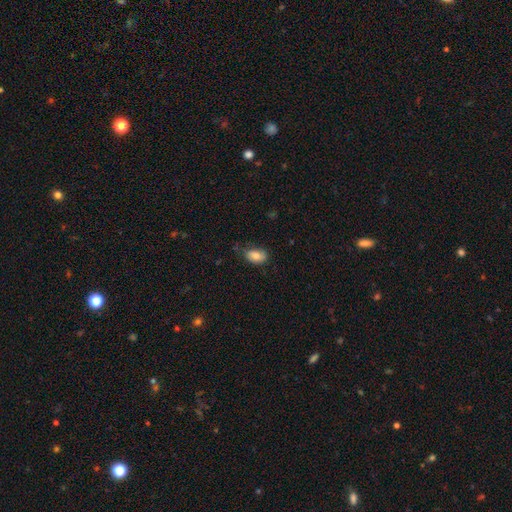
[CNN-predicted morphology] Q: Smooth or featured?
A: smooth (82%); runner-up: featured or disk (11%)
Q: How rounded?
A: in between (90%); runner-up: round (8%)
Q: Merging?
A: none (66%); runner-up: minor disturbance (26%)